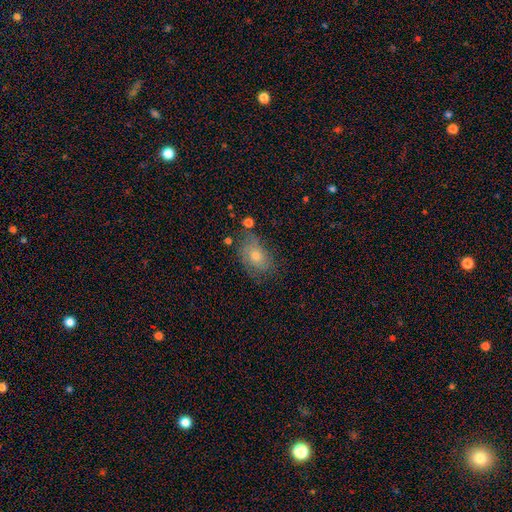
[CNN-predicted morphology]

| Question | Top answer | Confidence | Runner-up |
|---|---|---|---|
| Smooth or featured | smooth | 57% | featured or disk (32%) |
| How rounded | in between | 79% | round (19%) |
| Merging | none | 58% | minor disturbance (27%) |